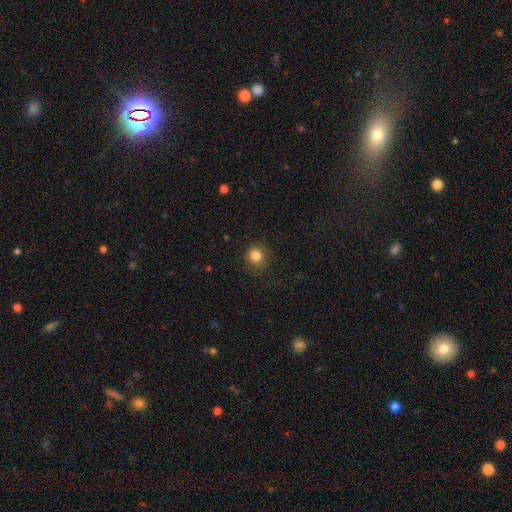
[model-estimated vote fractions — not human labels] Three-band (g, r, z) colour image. It shows a smooth galaxy with no disk features (83%) that is round (88%). Merging: none (85%).